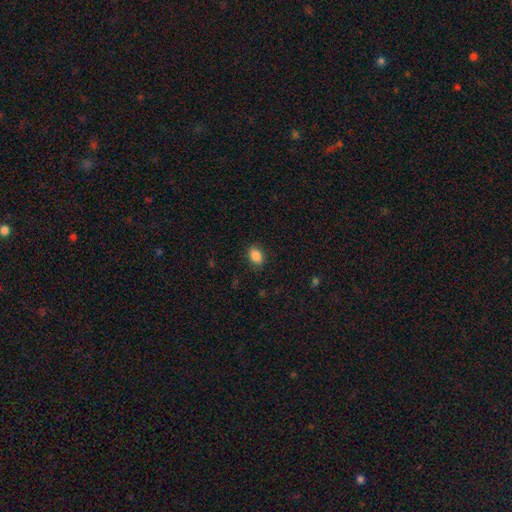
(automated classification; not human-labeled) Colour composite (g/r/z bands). It shows a smooth galaxy with no disk features (86%) that is in between round and cigar-shaped (75%). Merging: none (84%).